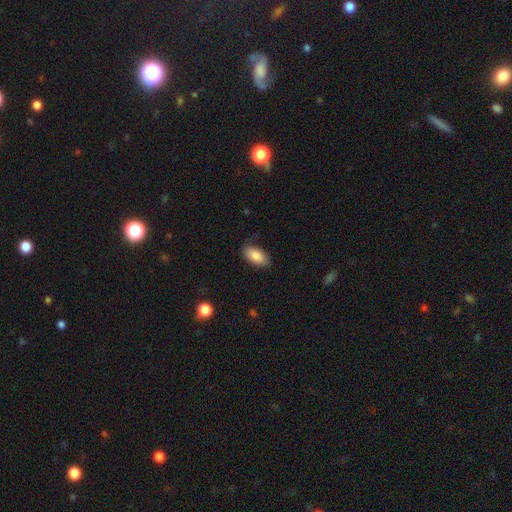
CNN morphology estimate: type=smooth (87%); roundness=in between (92%); merging=none (82%).